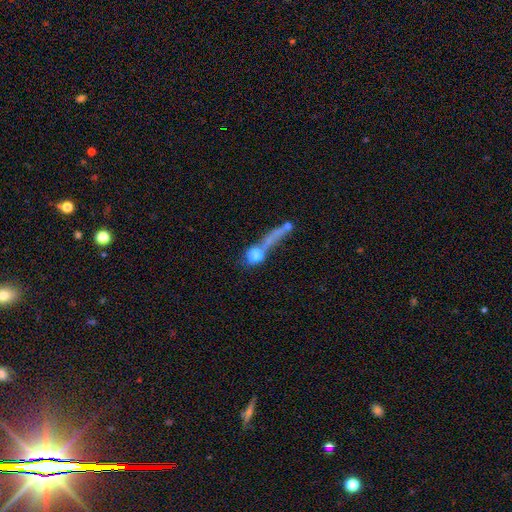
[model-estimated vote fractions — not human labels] This appears to be a smooth galaxy with no disk features (66%) that is round (63%). Merging: merger (35%).